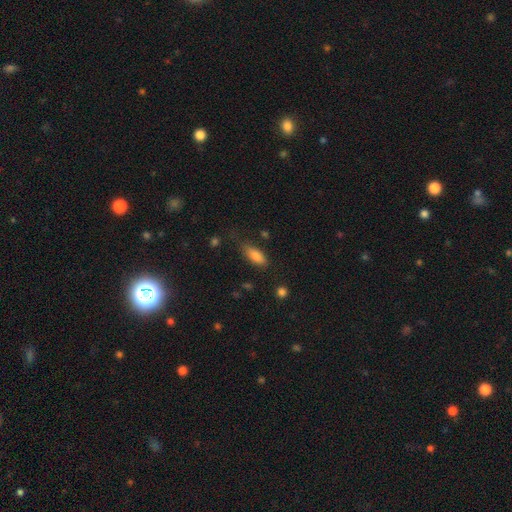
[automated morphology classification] Smooth or featured? smooth (82%)
How rounded? in between (80%)
Merging? none (66%)